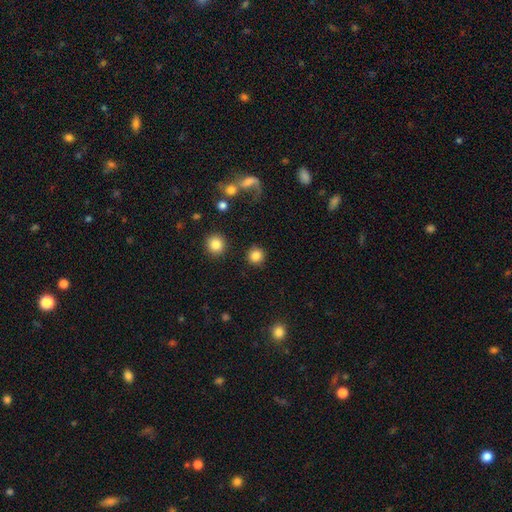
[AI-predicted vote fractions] smooth 84%, star or artifact 11%, featured or disk 5%. Down the decision tree: how rounded — round (93%); merging — none (89%).